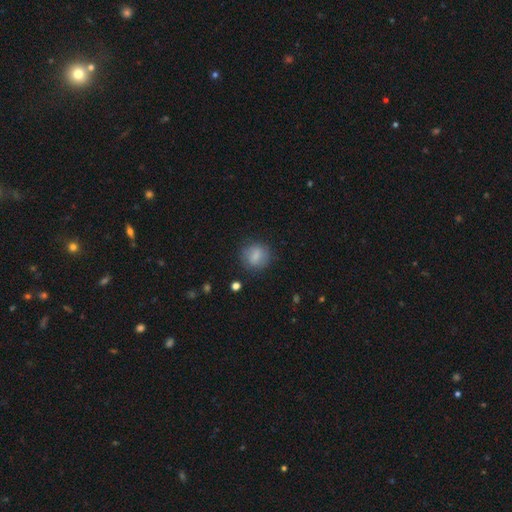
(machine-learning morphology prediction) The model was most divided on "how rounded": round: 81%, in between: 18%, cigar-shaped: 1%. More confident: merging — none (81%); smooth or featured — smooth (78%).